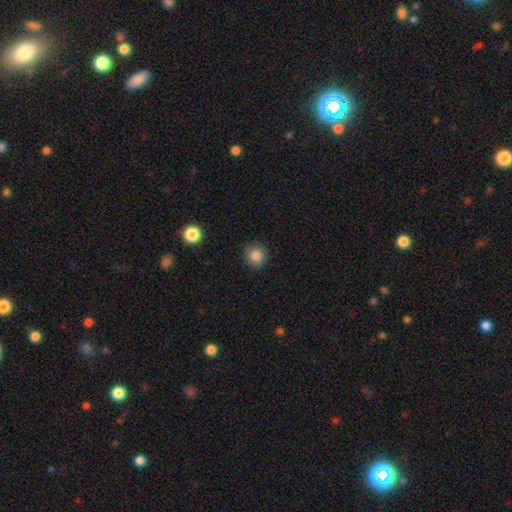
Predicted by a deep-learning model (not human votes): This is clearly a smooth galaxy (84%). How rounded: clearly round (90%). Merging: clearly none (87%).